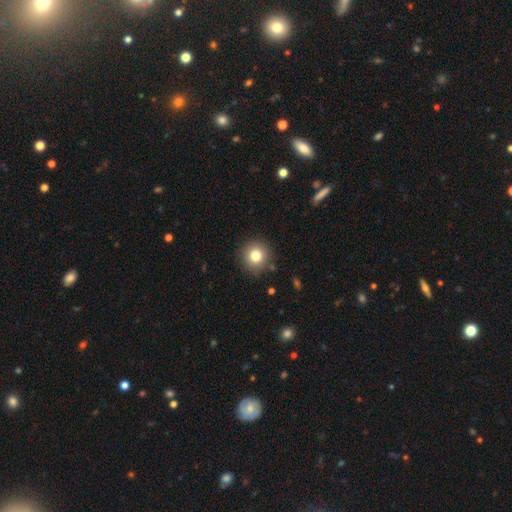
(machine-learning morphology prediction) smooth_or_featured: smooth (p=0.81) [alt: star or artifact p=0.11]
how_rounded: round (p=0.93) [alt: in between p=0.06]
merging: none (p=0.89) [alt: minor disturbance p=0.07]